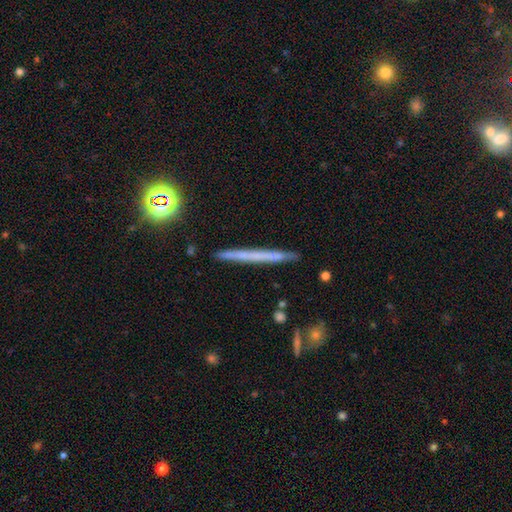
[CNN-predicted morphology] This appears to be a smooth galaxy with no disk features (48%). Merging: none (89%).